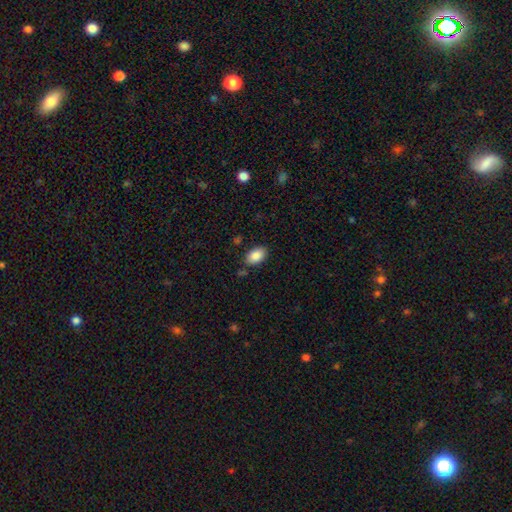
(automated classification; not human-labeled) smooth_or_featured: smooth (p=0.87) [alt: star or artifact p=0.07]
how_rounded: in between (p=0.90) [alt: round p=0.08]
merging: none (p=0.82) [alt: minor disturbance p=0.11]